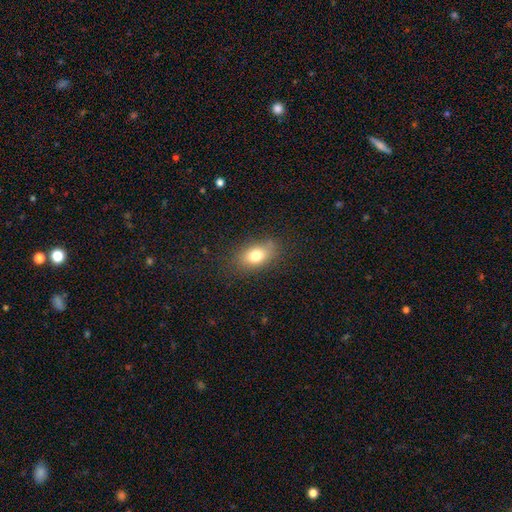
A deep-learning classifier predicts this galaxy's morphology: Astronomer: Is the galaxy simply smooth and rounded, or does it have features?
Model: smooth — 78%.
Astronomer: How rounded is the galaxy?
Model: in between — 82%.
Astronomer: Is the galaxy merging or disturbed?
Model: none — 79%.